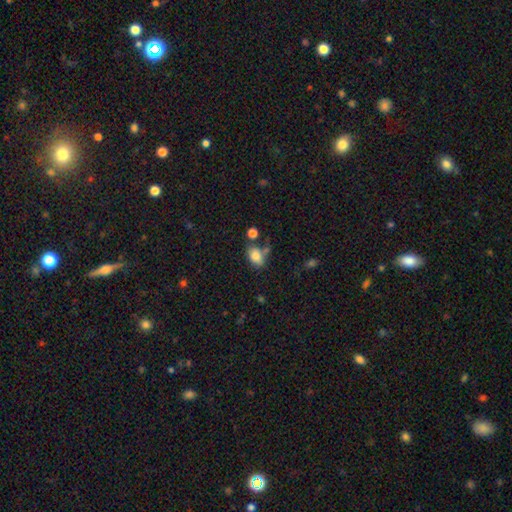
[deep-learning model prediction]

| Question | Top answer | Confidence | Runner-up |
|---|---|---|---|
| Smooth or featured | smooth | 81% | star or artifact (10%) |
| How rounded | in between | 81% | round (17%) |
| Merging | none | 53% | minor disturbance (21%) |